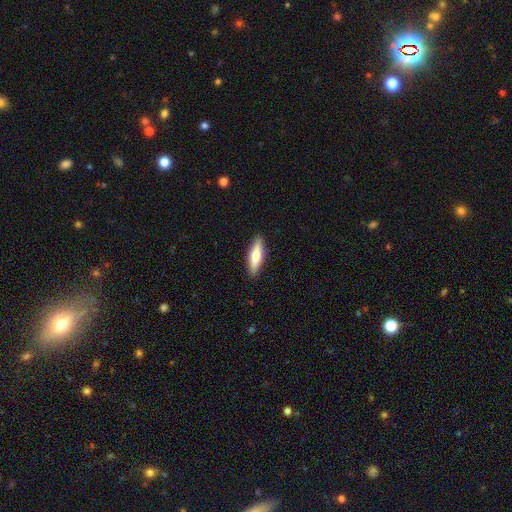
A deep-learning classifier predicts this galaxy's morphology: A smooth galaxy with no disk features (59%) that is cigar-shaped (65%).

Vote fractions:
- Smooth or featured? smooth: 59% / featured or disk: 35% / star or artifact: 5%
- How rounded? cigar-shaped: 65% / in between: 33% / round: 2%
- Merging? none: 90% / minor disturbance: 7% / major disturbance: 2% / merger: 1%